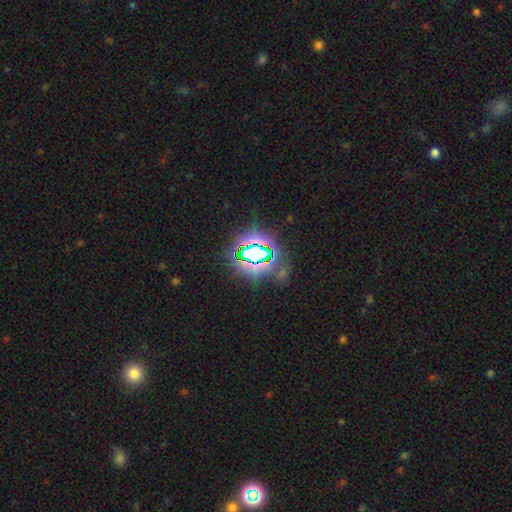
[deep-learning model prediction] Q: Smooth or featured?
A: star or artifact (72%); runner-up: smooth (17%)